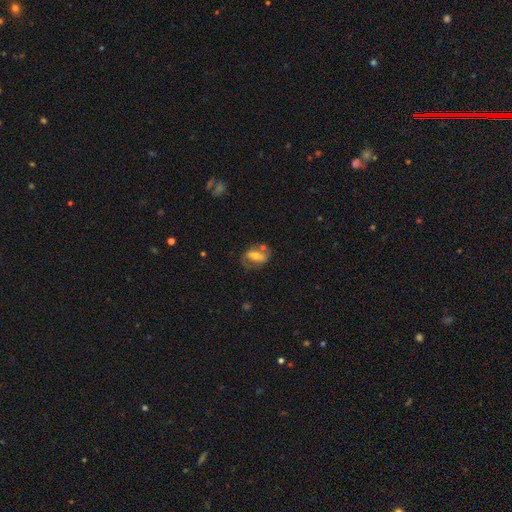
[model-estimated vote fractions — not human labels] Smooth or featured?
  - featured or disk: 50% *
  - smooth: 42%
  - star or artifact: 8%
Edge-on disk?
  - no: 81% *
  - yes: 19%
Merging?
  - none: 56% *
  - minor disturbance: 20%
  - merger: 13%
  - major disturbance: 11%